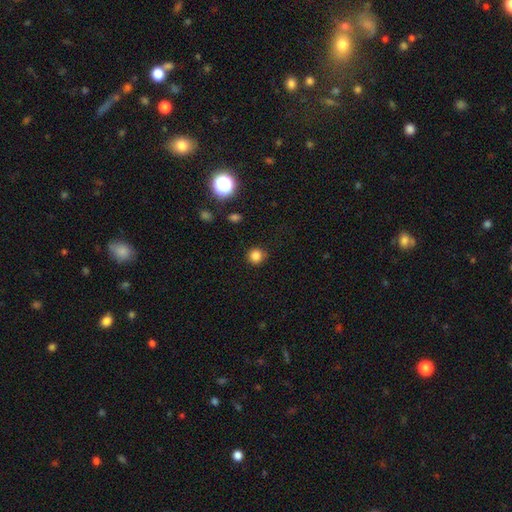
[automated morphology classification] smooth 83%, star or artifact 13%, featured or disk 4%. Down the decision tree: how rounded — round (92%); merging — none (87%).